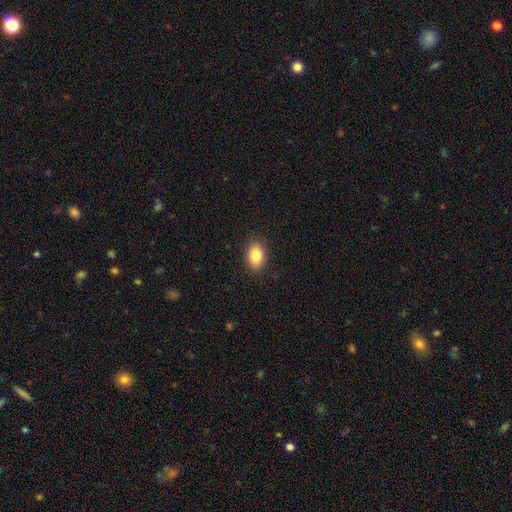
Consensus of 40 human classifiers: This is clearly a smooth galaxy (92%). How rounded: clearly in between (95%). Merging: clearly none (84%).